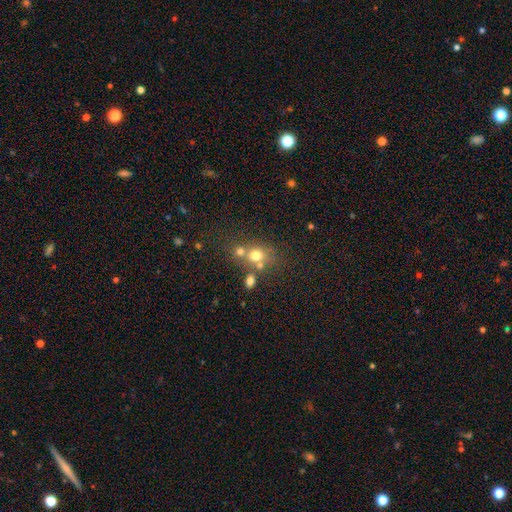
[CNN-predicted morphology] smooth-or-featured: smooth: 68% | featured or disk: 16% | star or artifact: 16%
  how-rounded: round: 64% | in between: 34% | cigar-shaped: 1%
  merging: none: 43% | merger: 41% | minor disturbance: 10% | major disturbance: 6%